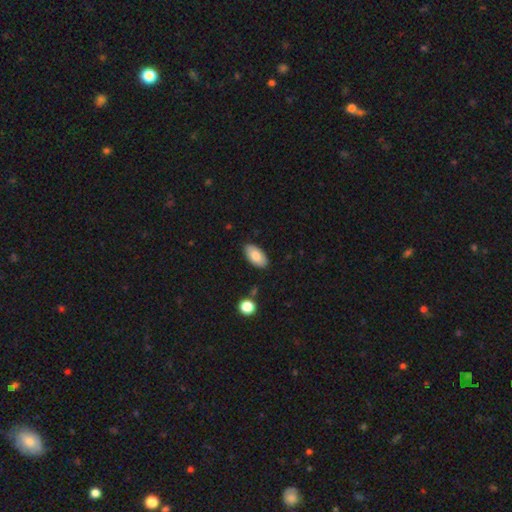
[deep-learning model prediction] Overall: smooth (81%). How rounded: in between (95%). Merging: none (87%).